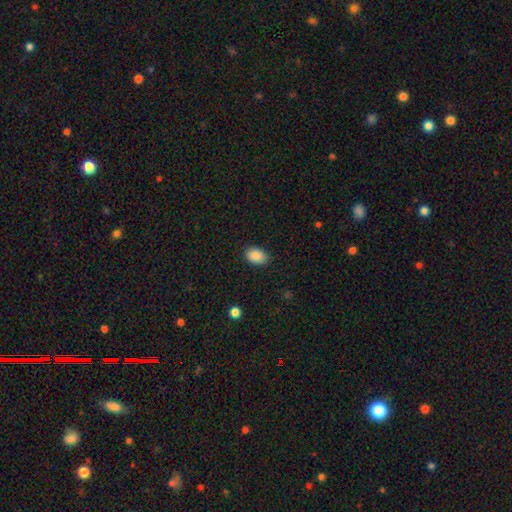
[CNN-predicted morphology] Smooth or featured? smooth (89%)
How rounded? in between (83%)
Merging? none (85%)